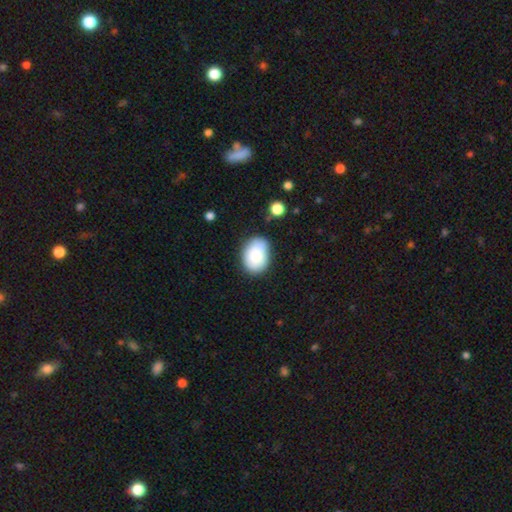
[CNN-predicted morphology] Smooth or featured: smooth — 85% (featured or disk — 8%)
How rounded: in between — 75% (round — 24%)
Merging: none — 73% (minor disturbance — 20%)